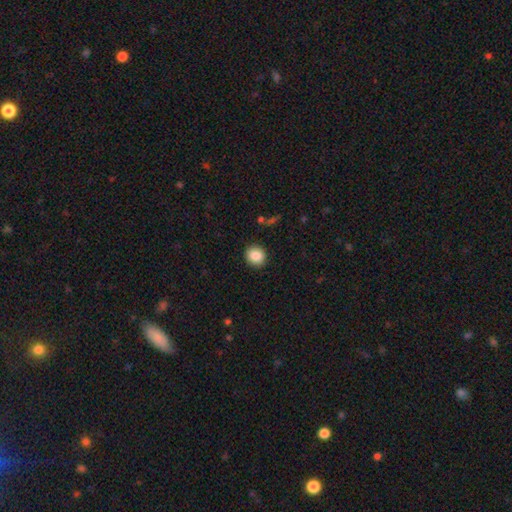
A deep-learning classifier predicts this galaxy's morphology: Smooth or featured?
  - smooth: 87% *
  - star or artifact: 9%
  - featured or disk: 4%
How rounded?
  - round: 84% *
  - in between: 15%
  - cigar-shaped: 1%
Merging?
  - none: 91% *
  - minor disturbance: 6%
  - major disturbance: 2%
  - merger: 1%